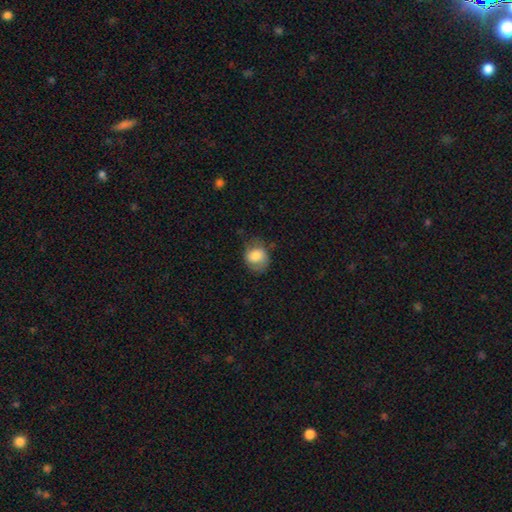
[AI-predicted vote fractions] Overall: smooth (78%). How rounded: round (55%; in between 44%). Merging: none (57%; minor disturbance 29%).